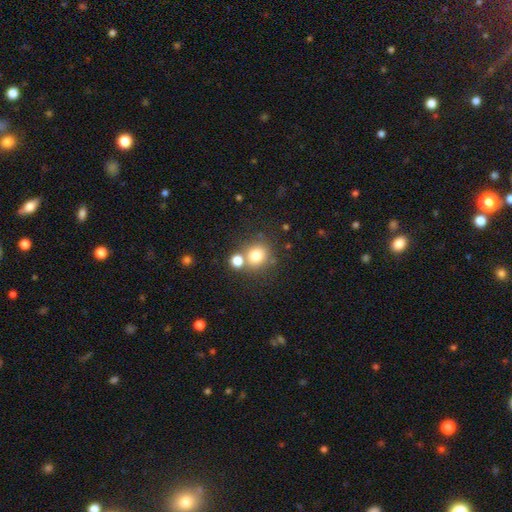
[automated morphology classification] smooth_or_featured: smooth (p=0.77) [alt: star or artifact p=0.14]
how_rounded: round (p=0.82) [alt: in between p=0.17]
merging: none (p=0.61) [alt: merger p=0.25]